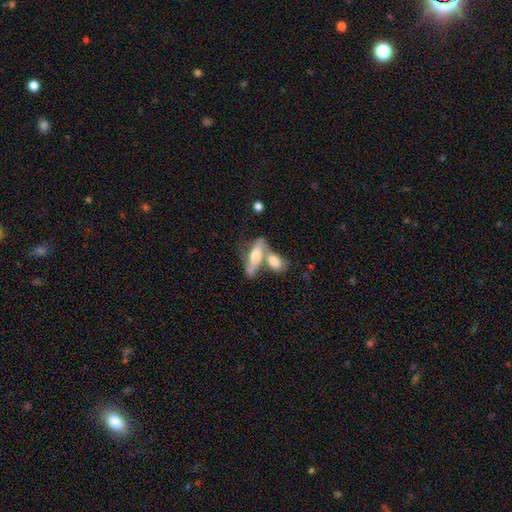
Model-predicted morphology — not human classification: Smooth or featured: smooth — 53% (featured or disk — 41%)
How rounded: in between — 56% (cigar-shaped — 40%)
Merging: merger — 55% (none — 26%)